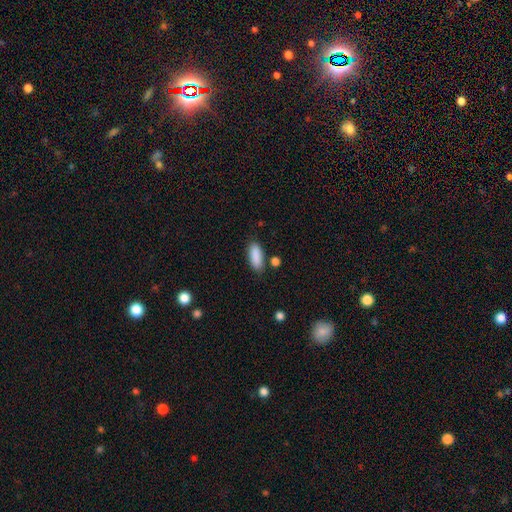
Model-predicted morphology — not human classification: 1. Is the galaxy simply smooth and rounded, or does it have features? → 89% smooth, 7% star or artifact, 4% featured or disk.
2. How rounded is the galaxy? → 78% in between, 19% cigar-shaped, 2% round.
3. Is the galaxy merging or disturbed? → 80% none, 13% minor disturbance, 5% merger, 3% major disturbance.